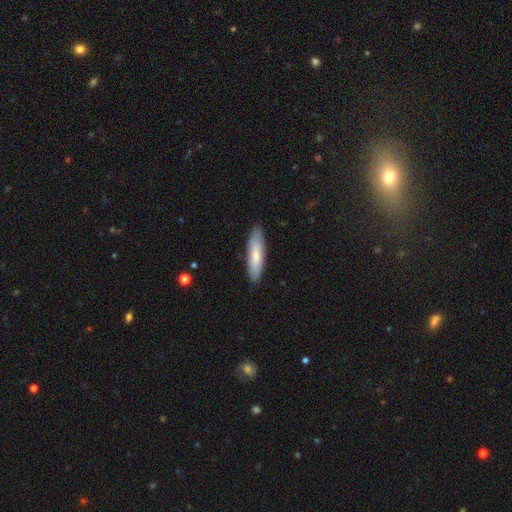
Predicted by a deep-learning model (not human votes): Smooth or featured: smooth — 74% (featured or disk — 21%)
How rounded: cigar-shaped — 64% (in between — 34%)
Merging: none — 86% (minor disturbance — 11%)